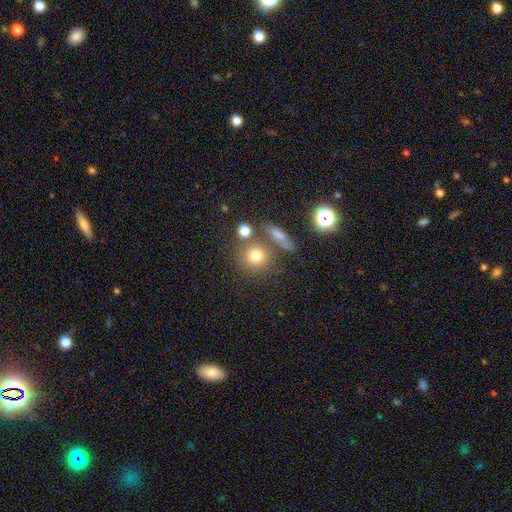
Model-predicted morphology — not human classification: smooth_or_featured: smooth (p=0.73) [alt: star or artifact p=0.15]
how_rounded: round (p=0.87) [alt: in between p=0.11]
merging: none (p=0.68) [alt: merger p=0.16]